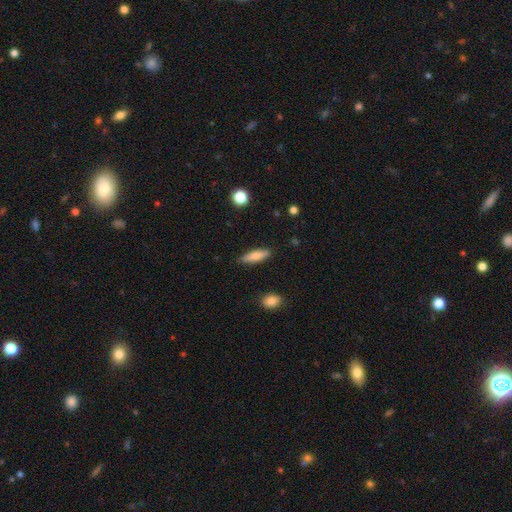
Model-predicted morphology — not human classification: Smooth or featured? smooth (77%)
How rounded? cigar-shaped (60%)
Merging? none (87%)